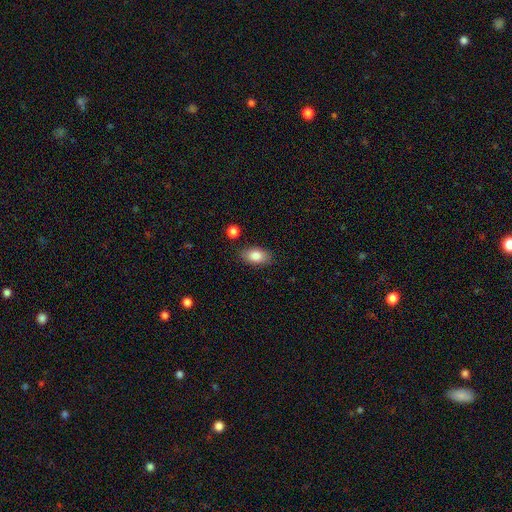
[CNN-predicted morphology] Overall: smooth (85%). How rounded: in between (90%). Merging: none (83%).